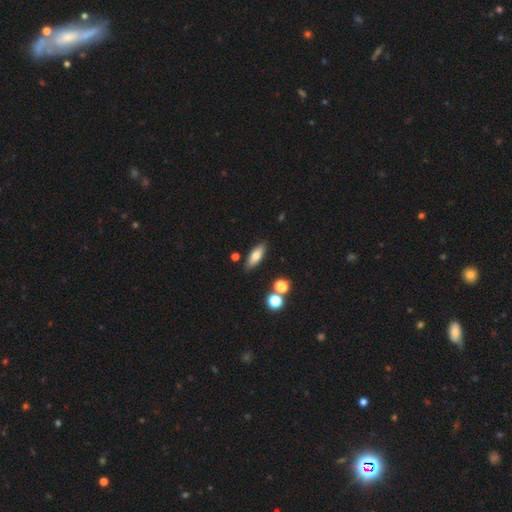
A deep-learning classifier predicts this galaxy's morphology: Q: Smooth or featured?
A: smooth (71%); runner-up: featured or disk (20%)
Q: How rounded?
A: in between (62%); runner-up: cigar-shaped (34%)
Q: Merging?
A: none (83%); runner-up: minor disturbance (11%)